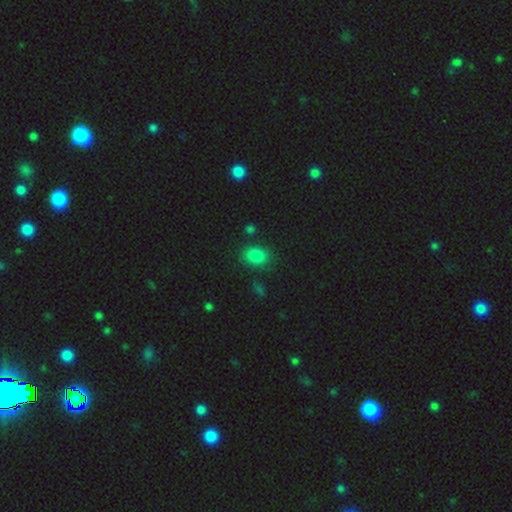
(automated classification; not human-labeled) This is clearly a smooth galaxy (83%). How rounded: likely in between (65%). Merging: clearly none (80%).